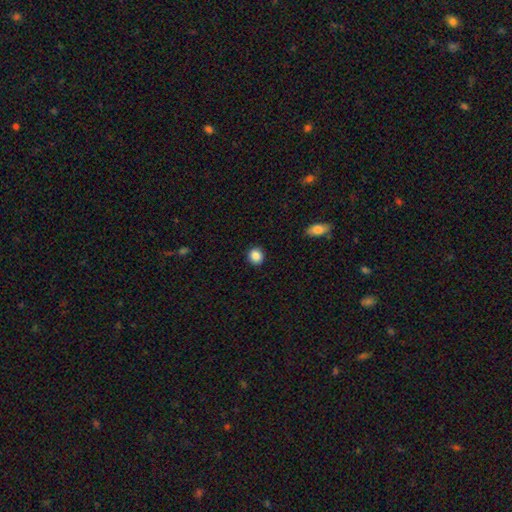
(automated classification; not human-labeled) The model was most divided on "how rounded": round: 84%, in between: 15%, cigar-shaped: 1%. More confident: merging — none (91%); smooth or featured — smooth (87%).